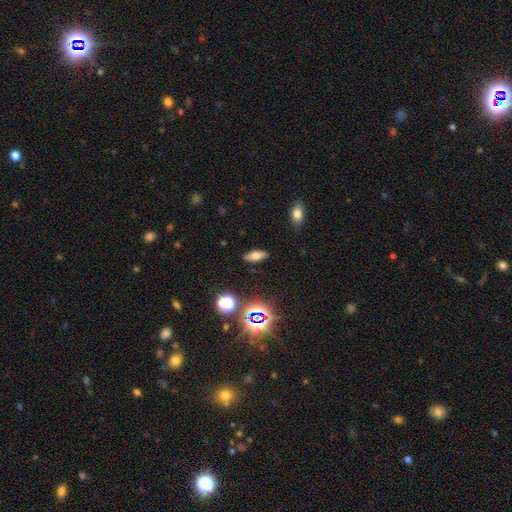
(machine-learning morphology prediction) Smooth or featured? smooth (66%)
How rounded? in between (74%)
Merging? none (87%)